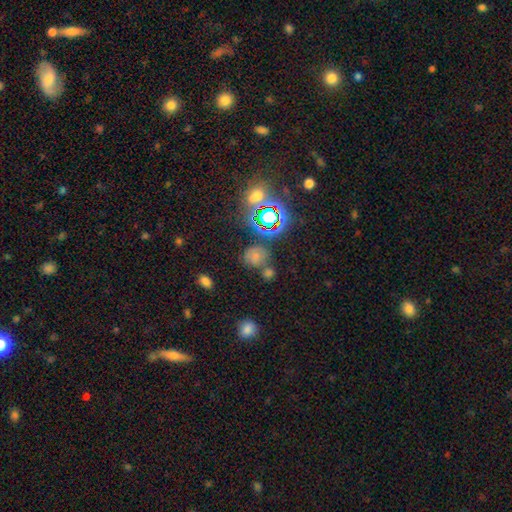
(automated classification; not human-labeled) This appears to be a smooth galaxy with no disk features (57%) that is round (67%). Merging: none (58%).